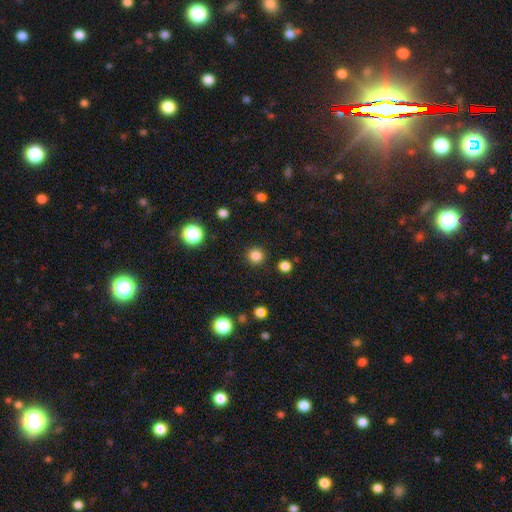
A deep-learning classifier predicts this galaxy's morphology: smooth_or_featured: smooth (p=0.83) [alt: star or artifact p=0.13]
how_rounded: round (p=0.94) [alt: in between p=0.05]
merging: none (p=0.91) [alt: minor disturbance p=0.05]